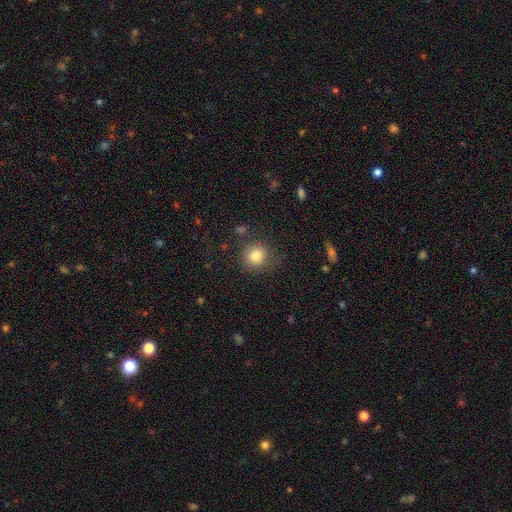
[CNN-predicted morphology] Smooth or featured? Predicted: smooth (p=0.81). How rounded? Predicted: round (p=0.90). Merging? Predicted: none (p=0.83).